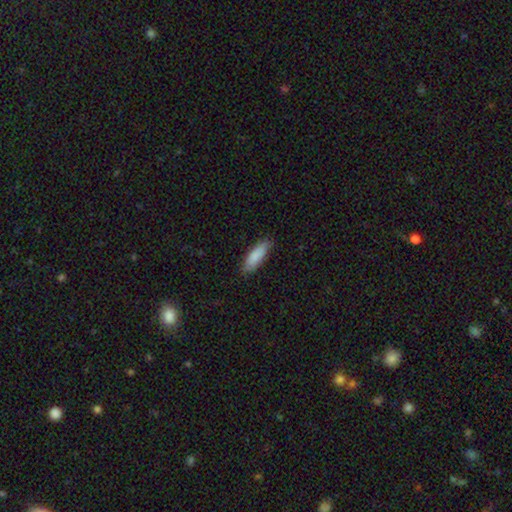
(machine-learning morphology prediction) Smooth or featured? Predicted: smooth (p=0.86). How rounded? Predicted: in between (p=0.53). Merging? Predicted: none (p=0.81).